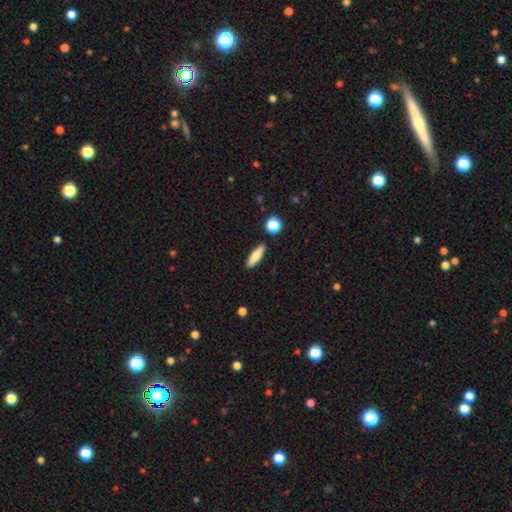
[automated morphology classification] Smooth or featured? smooth (75%)
How rounded? cigar-shaped (66%)
Merging? none (88%)